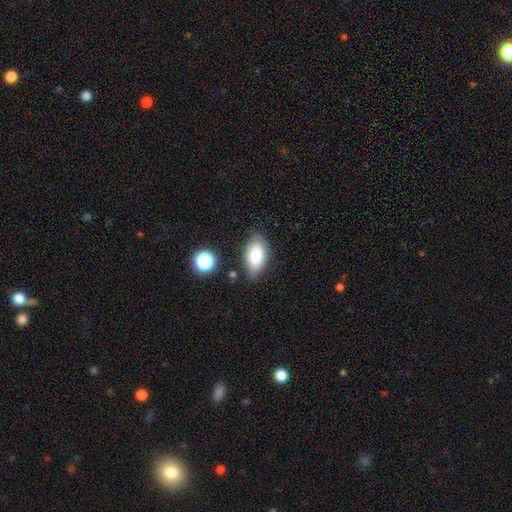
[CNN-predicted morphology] The model was most divided on "merging": none: 77%, minor disturbance: 16%, major disturbance: 4%, merger: 3%. More confident: how rounded — in between (92%); smooth or featured — smooth (84%).